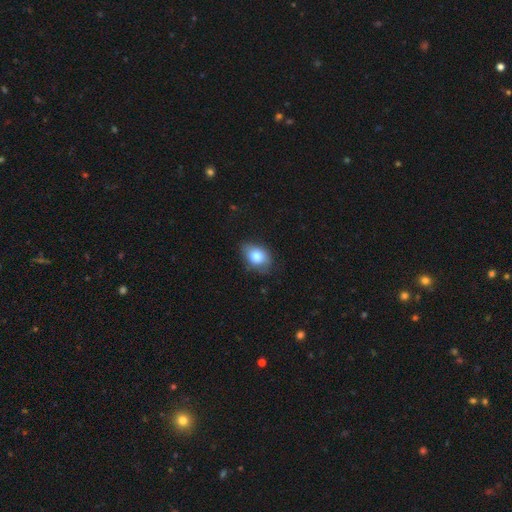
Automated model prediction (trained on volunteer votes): smooth 79%, featured or disk 12%, star or artifact 8%. Down the decision tree: how rounded — in between (77%); merging — none (68%).